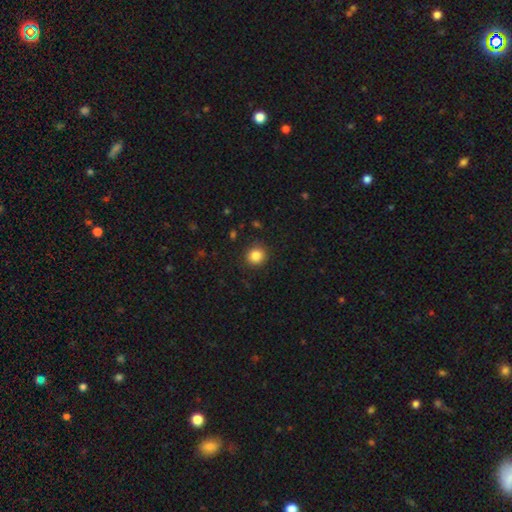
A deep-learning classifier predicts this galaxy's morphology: Smooth or featured?
  - smooth: 85% *
  - star or artifact: 11%
  - featured or disk: 4%
How rounded?
  - round: 89% *
  - in between: 10%
  - cigar-shaped: 1%
Merging?
  - none: 89% *
  - minor disturbance: 7%
  - major disturbance: 2%
  - merger: 1%